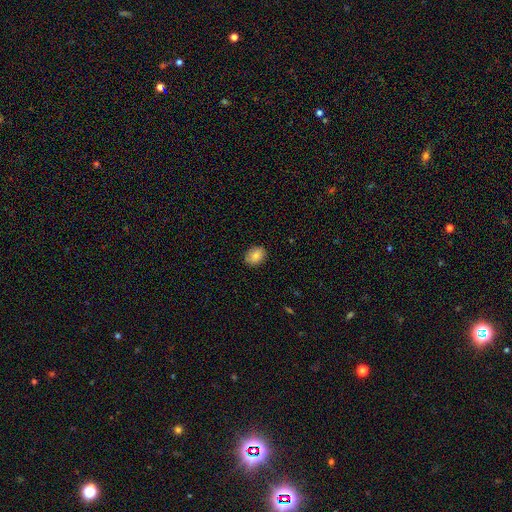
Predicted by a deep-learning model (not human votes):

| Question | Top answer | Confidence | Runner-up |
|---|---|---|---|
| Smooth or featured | smooth | 82% | featured or disk (10%) |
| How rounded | in between | 65% | round (34%) |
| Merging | none | 88% | minor disturbance (9%) |